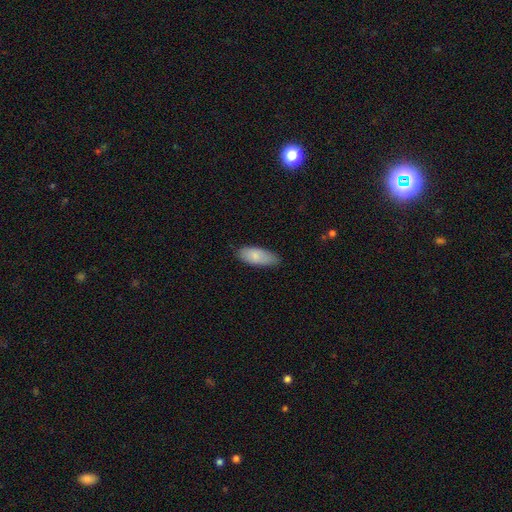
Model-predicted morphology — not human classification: type=smooth (81%); roundness=in between (84%); merging=none (75%).